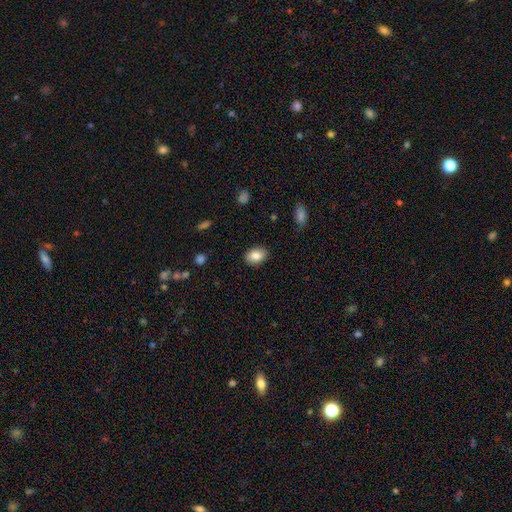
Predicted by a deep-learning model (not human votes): Smooth or featured? Predicted: smooth (p=0.83). How rounded? Predicted: in between (p=0.85). Merging? Predicted: none (p=0.87).